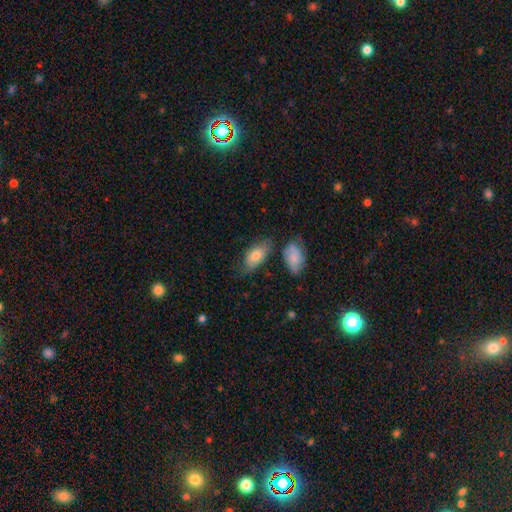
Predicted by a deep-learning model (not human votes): Morphology: type=smooth (76%); roundness=in between (90%); merging=none (56%).